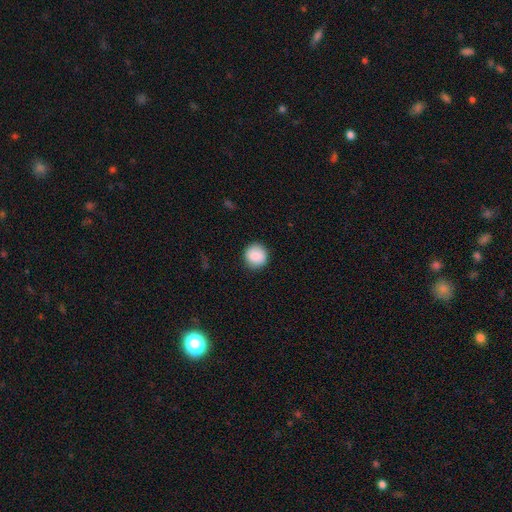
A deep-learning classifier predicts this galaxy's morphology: Q: Smooth or featured?
A: smooth (87%); runner-up: star or artifact (7%)
Q: How rounded?
A: round (93%); runner-up: in between (6%)
Q: Merging?
A: none (89%); runner-up: minor disturbance (8%)